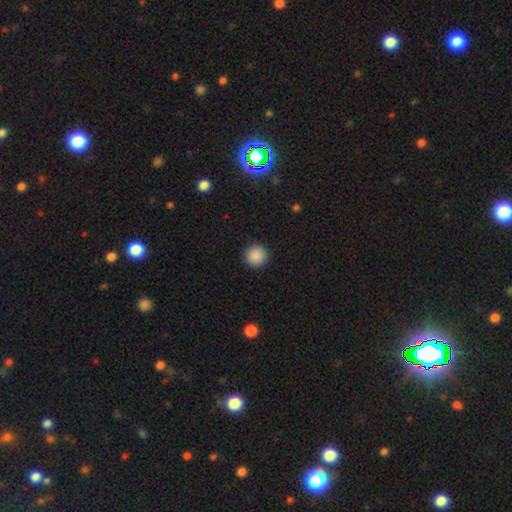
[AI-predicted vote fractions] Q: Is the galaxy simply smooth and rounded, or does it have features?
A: smooth — 89%.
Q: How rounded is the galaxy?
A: round — 96%.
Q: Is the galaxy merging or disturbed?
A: none — 93%.